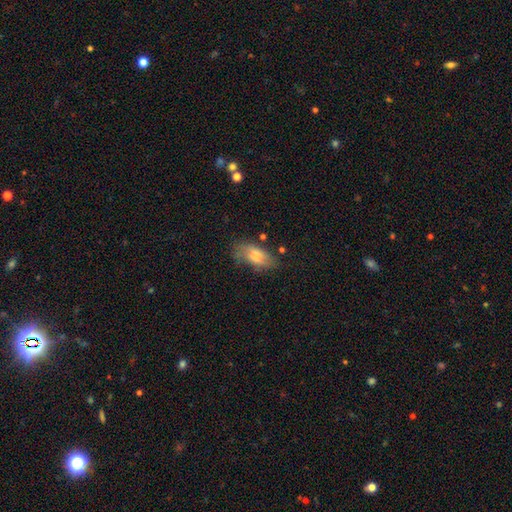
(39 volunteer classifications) This appears to be a smooth galaxy with no disk features (67%) that is in between round and cigar-shaped (88%). Merging: none (74%).